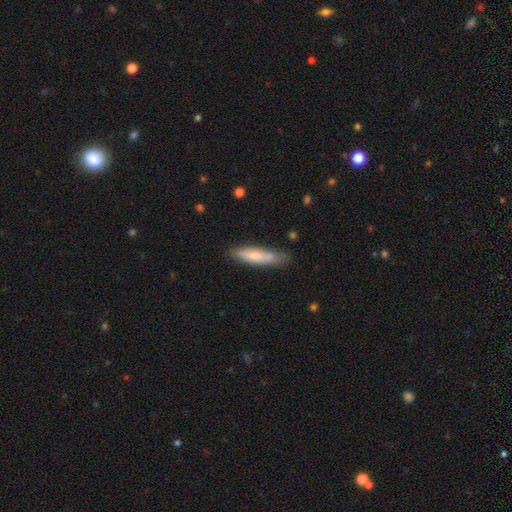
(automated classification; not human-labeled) Smooth or featured? Predicted: smooth (p=0.73). How rounded? Predicted: cigar-shaped (p=0.79). Merging? Predicted: none (p=0.70).